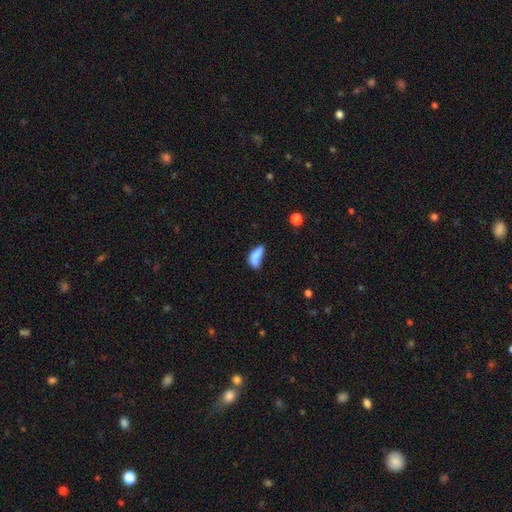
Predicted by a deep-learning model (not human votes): smooth_or_featured: smooth (p=0.71) [alt: featured or disk p=0.20]
how_rounded: in between (p=0.77) [alt: cigar-shaped p=0.20]
merging: minor disturbance (p=0.33) [alt: none p=0.29]